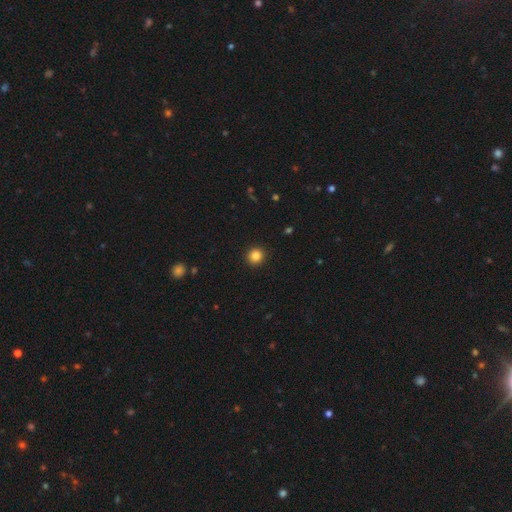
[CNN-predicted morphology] type=smooth (84%); roundness=round (93%); merging=none (93%).